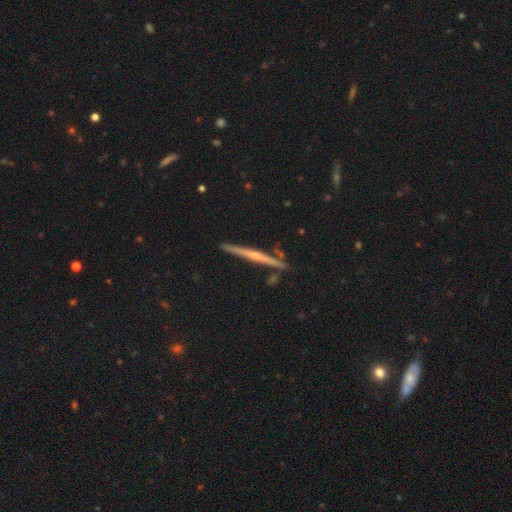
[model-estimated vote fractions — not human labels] The model was most divided on "edge-on bulge": rounded: 60%, none: 33%, boxy: 7%. More confident: edge-on disk — yes (98%); merging — none (88%); smooth or featured — featured or disk (74%).